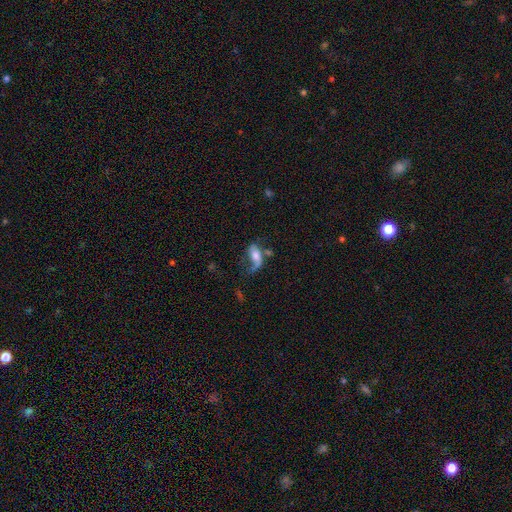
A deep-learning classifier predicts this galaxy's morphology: smooth 49%, featured or disk 42%, star or artifact 9%. Down the decision tree: merging — major disturbance (38%).